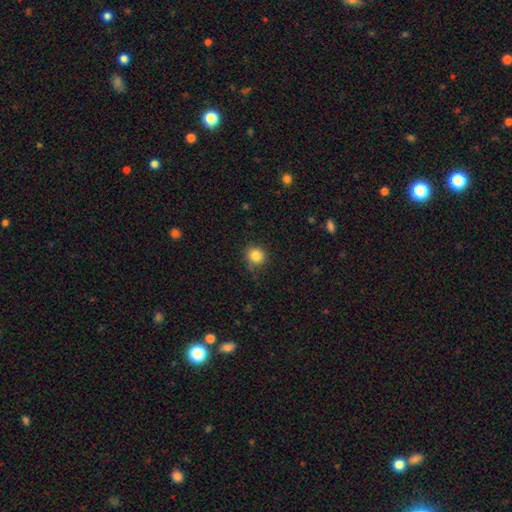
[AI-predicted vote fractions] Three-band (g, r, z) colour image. It shows a smooth galaxy with no disk features (84%) that is round (90%). Merging: none (82%).